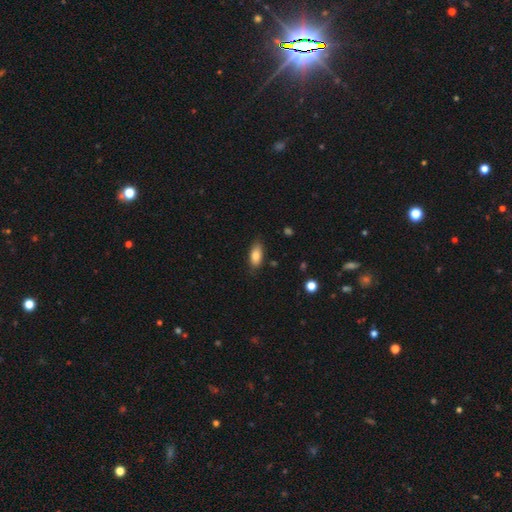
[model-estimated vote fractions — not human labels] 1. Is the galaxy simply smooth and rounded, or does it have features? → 83% smooth, 10% featured or disk, 7% star or artifact.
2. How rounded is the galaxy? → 87% in between, 10% cigar-shaped, 3% round.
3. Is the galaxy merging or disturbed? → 82% none, 14% minor disturbance, 3% major disturbance, 1% merger.